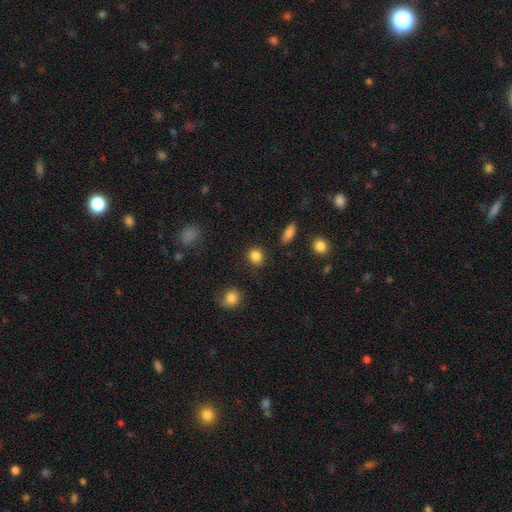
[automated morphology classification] Smooth or featured? smooth (86%)
How rounded? round (79%)
Merging? none (86%)